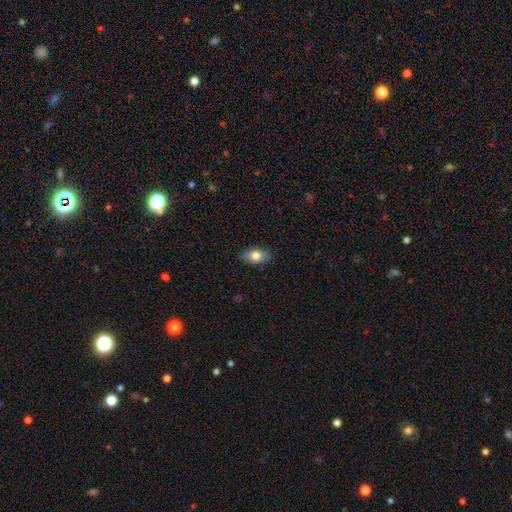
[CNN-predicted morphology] This is likely a smooth galaxy (78%). How rounded: clearly in between (90%). Merging: clearly none (87%).